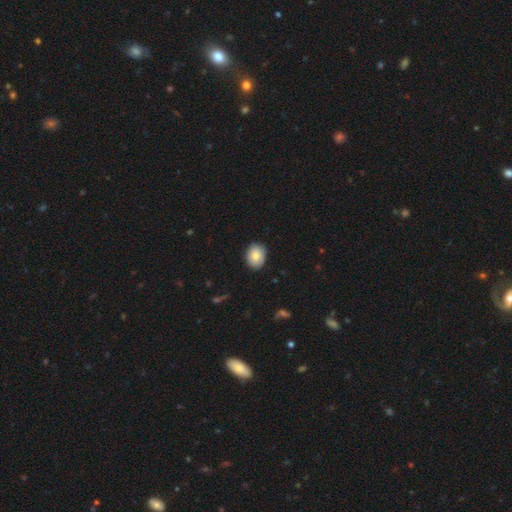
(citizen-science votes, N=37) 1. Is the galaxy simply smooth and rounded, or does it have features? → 86% smooth, 11% featured or disk, 3% star or artifact.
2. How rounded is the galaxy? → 66% in between, 34% round, 0% cigar-shaped.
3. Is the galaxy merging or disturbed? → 75% none, 17% minor disturbance, 6% major disturbance, 3% merger.